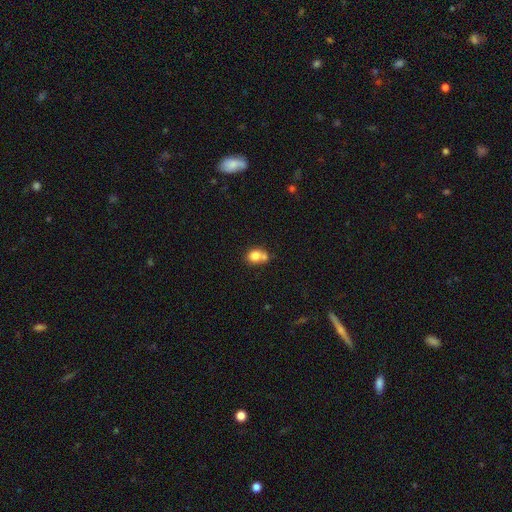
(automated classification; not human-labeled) A smooth galaxy with no disk features (78%) that is round (63%). Merging: merger (45%).